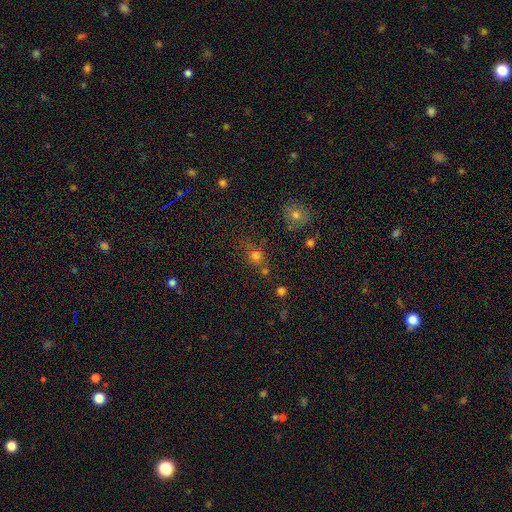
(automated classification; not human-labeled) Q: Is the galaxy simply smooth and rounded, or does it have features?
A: smooth — 70%.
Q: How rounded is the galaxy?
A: round — 79%.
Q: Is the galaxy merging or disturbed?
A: none — 63%.